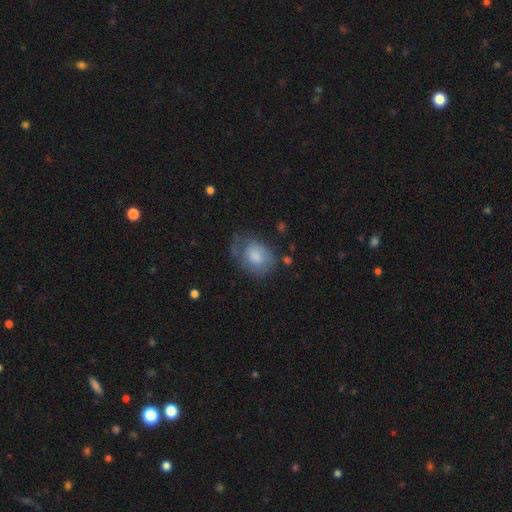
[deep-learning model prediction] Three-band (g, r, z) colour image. It shows a smooth galaxy with no disk features (64%) that is in between round and cigar-shaped (68%). Merging: none (43%).